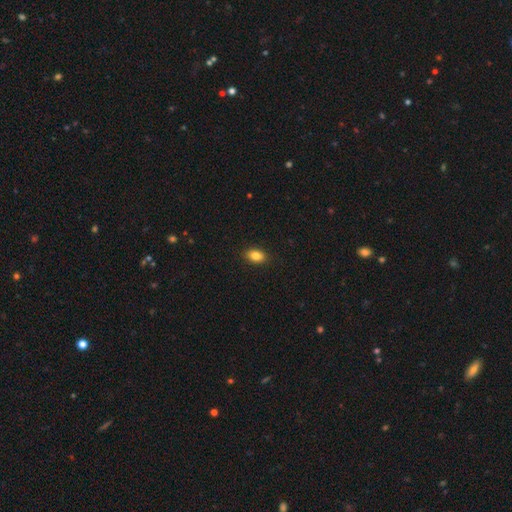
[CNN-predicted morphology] A smooth galaxy with no disk features (84%) that is in between round and cigar-shaped (85%).

Vote fractions:
- Smooth or featured? smooth: 84% / star or artifact: 9% / featured or disk: 7%
- How rounded? in between: 85% / round: 13% / cigar-shaped: 2%
- Merging? none: 89% / minor disturbance: 8% / major disturbance: 2% / merger: 1%